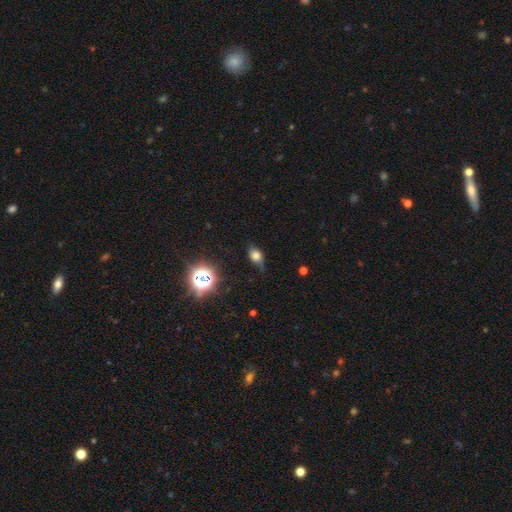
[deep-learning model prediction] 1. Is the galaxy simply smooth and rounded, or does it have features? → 65% smooth, 17% star or artifact, 17% featured or disk.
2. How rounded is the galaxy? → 76% in between, 20% round, 4% cigar-shaped.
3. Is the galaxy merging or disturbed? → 61% none, 29% minor disturbance, 8% major disturbance, 2% merger.